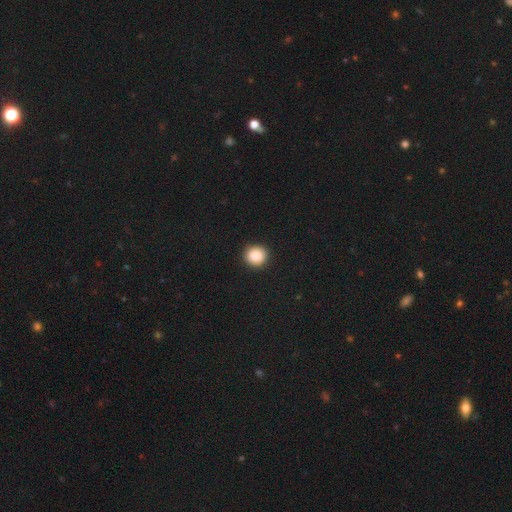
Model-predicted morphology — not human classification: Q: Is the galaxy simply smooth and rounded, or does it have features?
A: smooth — 88%.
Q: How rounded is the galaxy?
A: round — 92%.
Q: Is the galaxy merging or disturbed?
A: none — 92%.